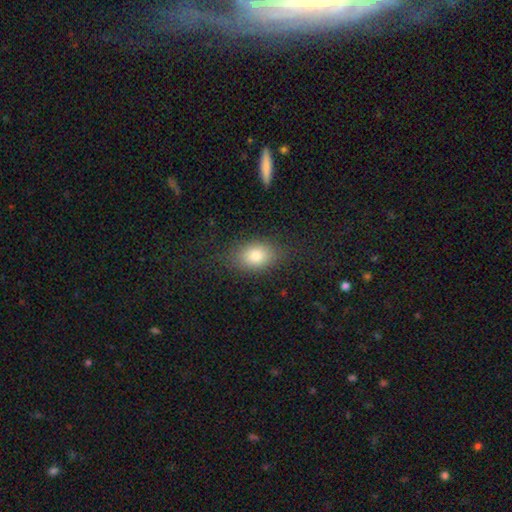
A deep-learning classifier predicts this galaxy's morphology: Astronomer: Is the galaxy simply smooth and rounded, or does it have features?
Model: smooth — 78%.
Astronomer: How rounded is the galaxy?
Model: in between — 76%.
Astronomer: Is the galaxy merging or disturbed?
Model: none — 79%.